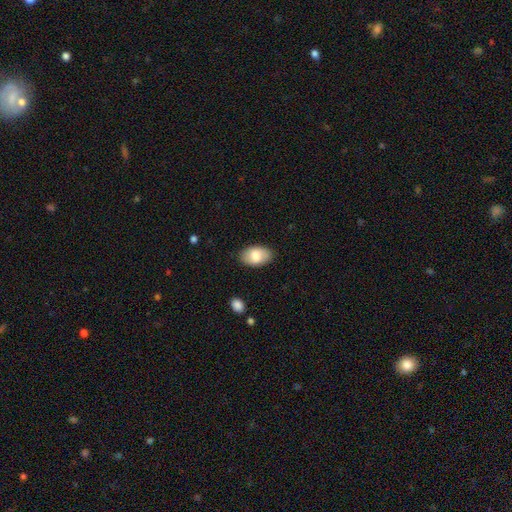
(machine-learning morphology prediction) This appears to be a smooth galaxy with no disk features (76%) that is in between round and cigar-shaped (92%). Merging: none (86%).